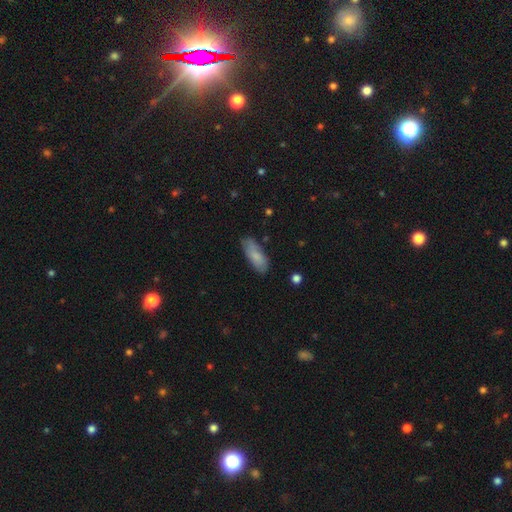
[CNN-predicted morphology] Smooth or featured?
  - smooth: 81% *
  - featured or disk: 13%
  - star or artifact: 6%
How rounded?
  - in between: 72% *
  - cigar-shaped: 26%
  - round: 2%
Merging?
  - none: 74% *
  - minor disturbance: 20%
  - major disturbance: 4%
  - merger: 2%